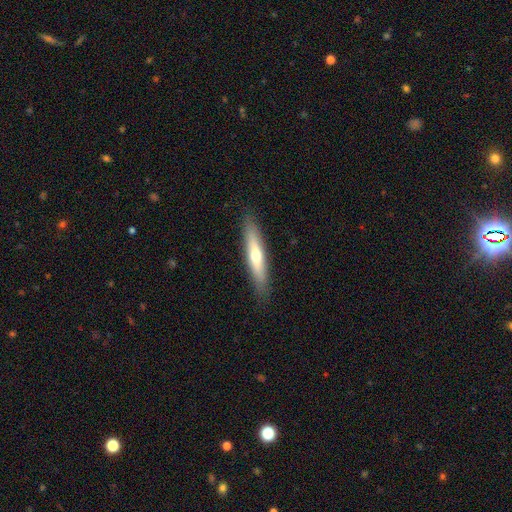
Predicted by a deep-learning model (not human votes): A smooth galaxy with no disk features (52%) that is cigar-shaped (84%). Merging: none (88%).